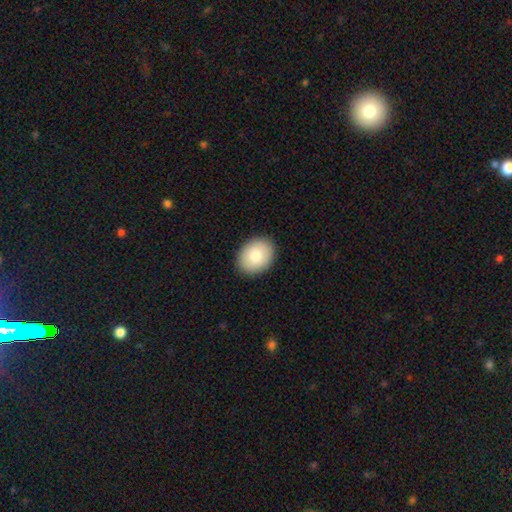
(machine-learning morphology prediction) A smooth galaxy with no disk features (82%) that is in between round and cigar-shaped (65%).

Vote fractions:
- Smooth or featured? smooth: 82% / featured or disk: 11% / star or artifact: 7%
- How rounded? in between: 65% / round: 34% / cigar-shaped: 1%
- Merging? none: 90% / minor disturbance: 7% / major disturbance: 2% / merger: 1%